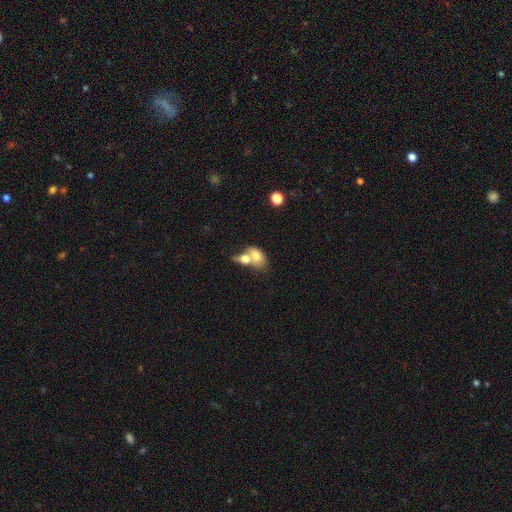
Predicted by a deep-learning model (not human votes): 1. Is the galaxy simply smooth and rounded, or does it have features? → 72% smooth, 21% featured or disk, 7% star or artifact.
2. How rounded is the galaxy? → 83% in between, 15% round, 2% cigar-shaped.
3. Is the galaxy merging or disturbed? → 69% merger, 19% none, 8% minor disturbance, 5% major disturbance.